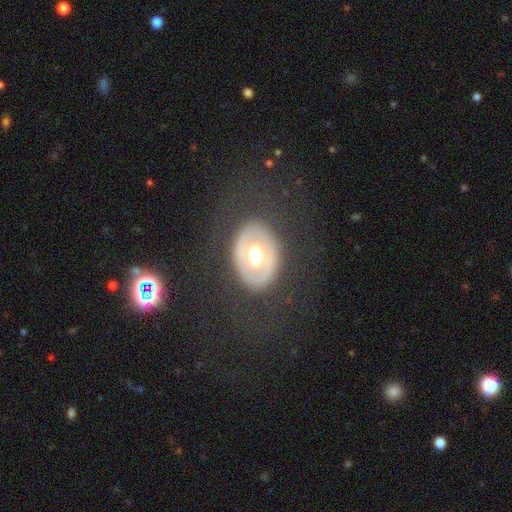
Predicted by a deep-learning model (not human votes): Smooth or featured: featured or disk — 50% (smooth — 42%)
Merging: none — 80% (minor disturbance — 11%)